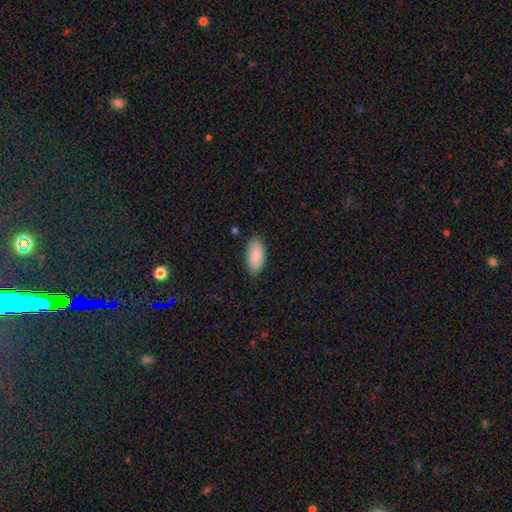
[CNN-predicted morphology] smooth-or-featured: smooth: 85% | featured or disk: 9% | star or artifact: 6%
  how-rounded: in between: 94% | cigar-shaped: 4% | round: 2%
  merging: none: 86% | minor disturbance: 11% | major disturbance: 2% | merger: 1%